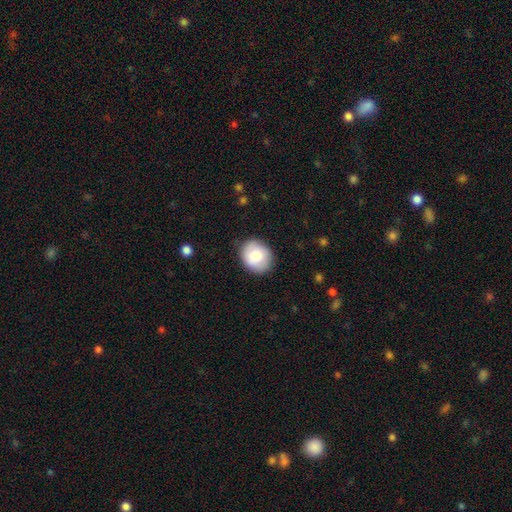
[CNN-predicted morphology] smooth_or_featured: smooth (p=0.76) [alt: featured or disk p=0.17]
how_rounded: round (p=0.63) [alt: in between p=0.36]
merging: none (p=0.84) [alt: minor disturbance p=0.12]